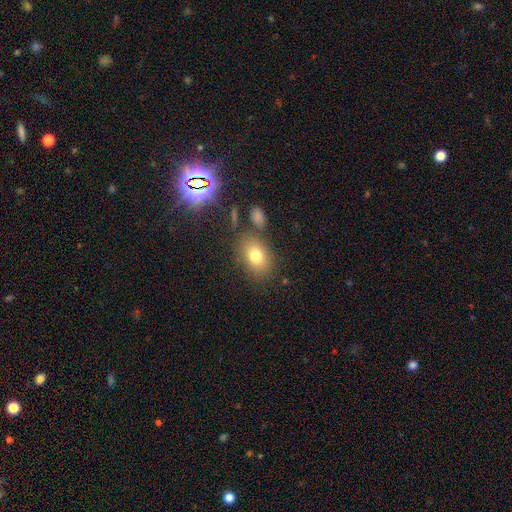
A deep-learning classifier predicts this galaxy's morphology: A smooth galaxy with no disk features (76%) that is in between round and cigar-shaped (75%).

Vote fractions:
- Smooth or featured? smooth: 76% / featured or disk: 13% / star or artifact: 11%
- How rounded? in between: 75% / round: 23% / cigar-shaped: 1%
- Merging? none: 75% / minor disturbance: 14% / merger: 7% / major disturbance: 5%